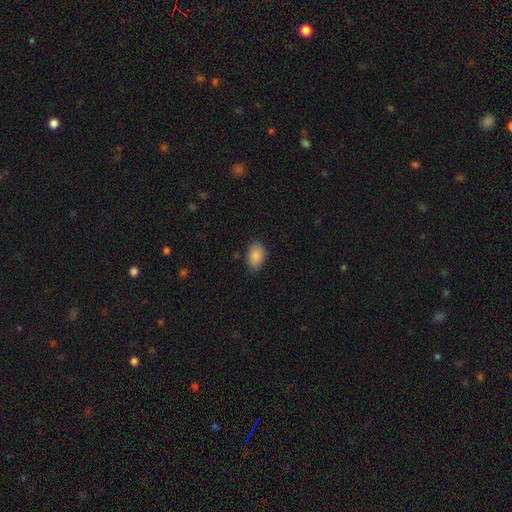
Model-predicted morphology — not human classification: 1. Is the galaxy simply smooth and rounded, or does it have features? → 88% smooth, 7% star or artifact, 5% featured or disk.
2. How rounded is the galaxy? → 87% in between, 11% round, 1% cigar-shaped.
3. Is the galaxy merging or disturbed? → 79% none, 16% minor disturbance, 3% major disturbance, 1% merger.